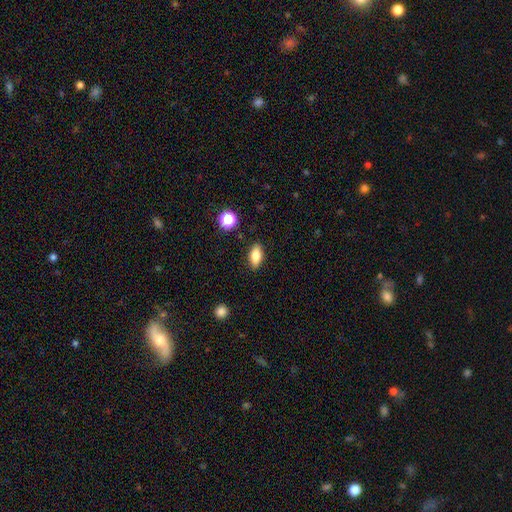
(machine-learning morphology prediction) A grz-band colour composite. It shows a smooth galaxy with no disk features (78%) that is in between round and cigar-shaped (83%). Merging: none (87%).